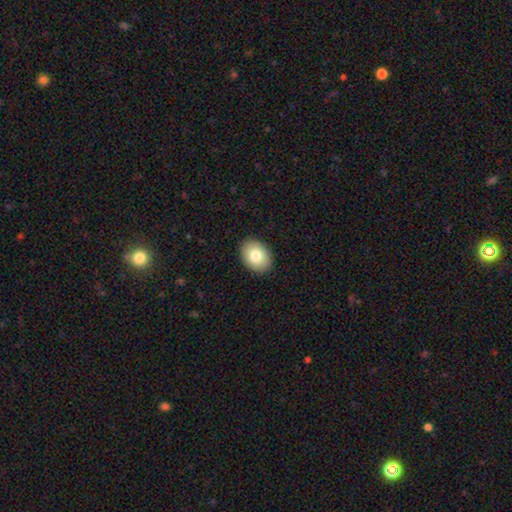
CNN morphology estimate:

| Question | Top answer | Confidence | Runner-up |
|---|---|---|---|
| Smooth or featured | smooth | 81% | featured or disk (11%) |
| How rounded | in between | 68% | round (31%) |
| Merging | none | 90% | minor disturbance (7%) |